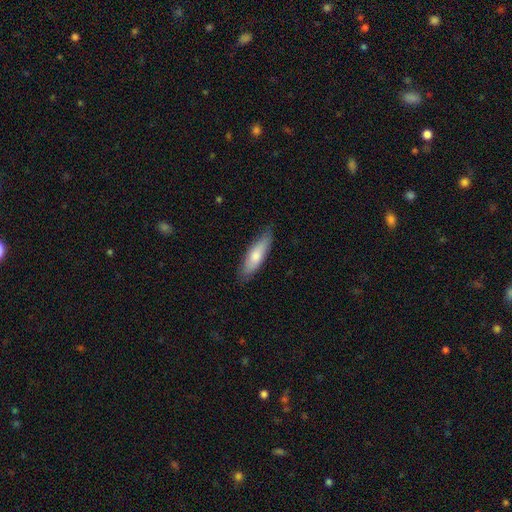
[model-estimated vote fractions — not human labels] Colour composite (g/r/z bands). It shows a smooth galaxy with no disk features (71%) that is cigar-shaped (59%). Merging: none (81%).